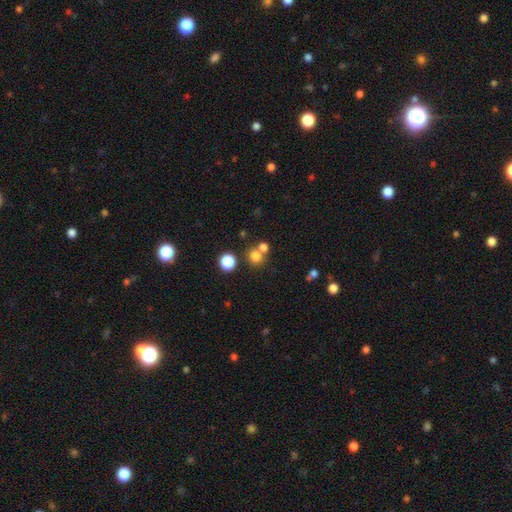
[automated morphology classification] Smooth or featured: smooth — 76% (star or artifact — 16%)
How rounded: round — 85% (in between — 14%)
Merging: none — 58% (merger — 32%)